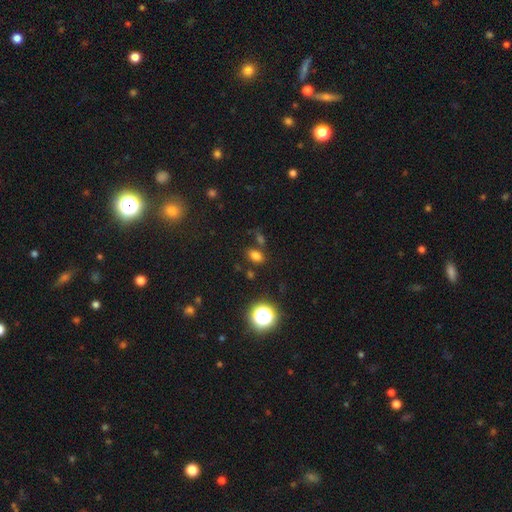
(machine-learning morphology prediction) smooth_or_featured: smooth (p=0.74) [alt: star or artifact p=0.20]
how_rounded: in between (p=0.78) [alt: round p=0.21]
merging: none (p=0.77) [alt: minor disturbance p=0.11]